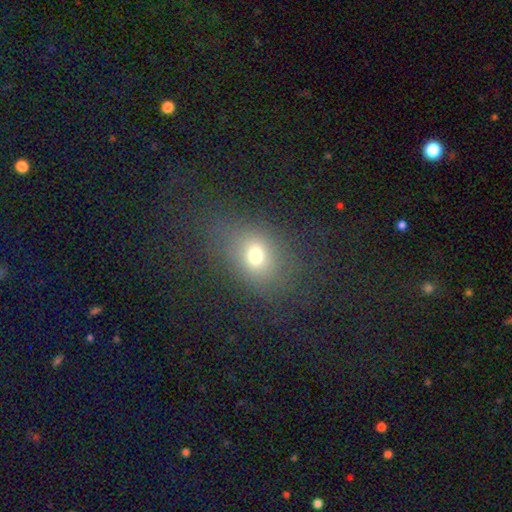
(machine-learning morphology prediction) The model was most divided on "how rounded": in between: 53%, round: 45%, cigar-shaped: 2%. More confident: merging — none (74%); smooth or featured — smooth (69%).